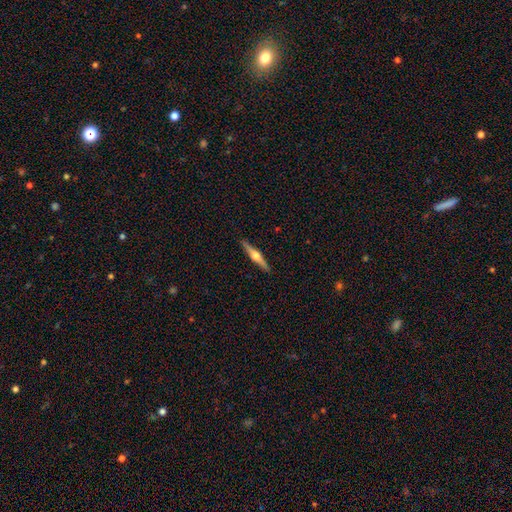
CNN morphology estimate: A featured or disk galaxy (70%) viewed edge-on (98%) with a rounded central bulge (94%). Merging: none (91%).